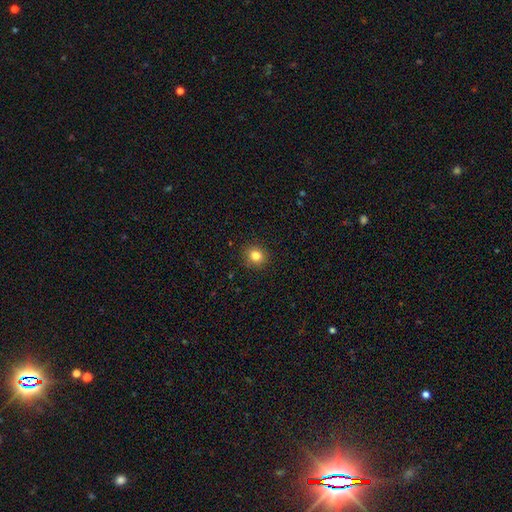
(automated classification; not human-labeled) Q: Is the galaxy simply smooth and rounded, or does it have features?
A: smooth — 83%.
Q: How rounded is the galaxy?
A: round — 79%.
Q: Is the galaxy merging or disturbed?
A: none — 90%.